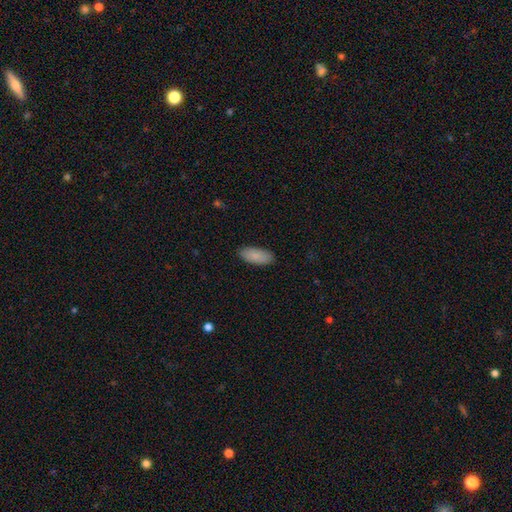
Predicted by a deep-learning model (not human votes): A smooth galaxy with no disk features (89%) that is in between round and cigar-shaped (87%).

Vote fractions:
- Smooth or featured? smooth: 89% / star or artifact: 6% / featured or disk: 5%
- How rounded? in between: 87% / cigar-shaped: 12% / round: 2%
- Merging? none: 88% / minor disturbance: 9% / major disturbance: 2% / merger: 1%